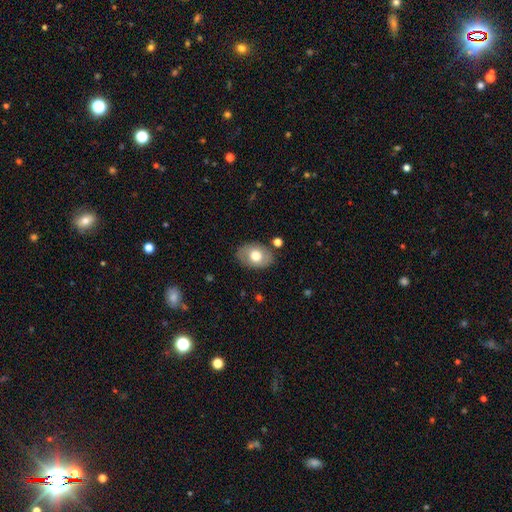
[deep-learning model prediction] Morphology: type=smooth (69%); roundness=in between (80%); merging=none (83%).